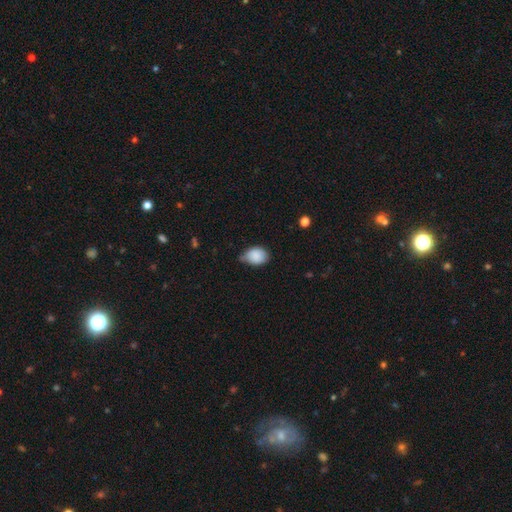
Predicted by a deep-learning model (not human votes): Smooth or featured? Predicted: smooth (p=0.88). How rounded? Predicted: in between (p=0.68). Merging? Predicted: none (p=0.54).